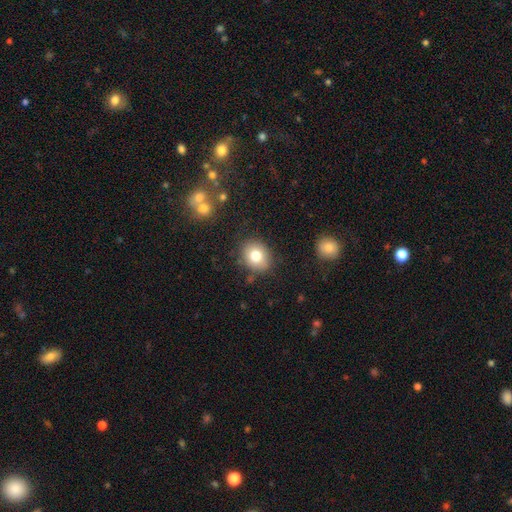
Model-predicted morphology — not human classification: A smooth galaxy with no disk features (78%) that is round (61%). Merging: none (84%).